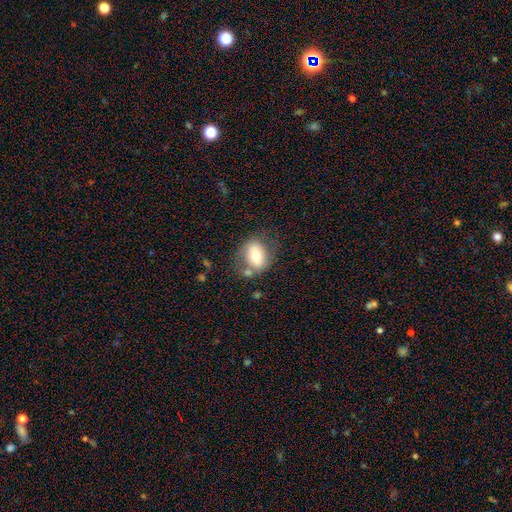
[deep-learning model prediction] Smooth or featured? Predicted: smooth (p=0.63). How rounded? Predicted: in between (p=0.64). Merging? Predicted: none (p=0.59).